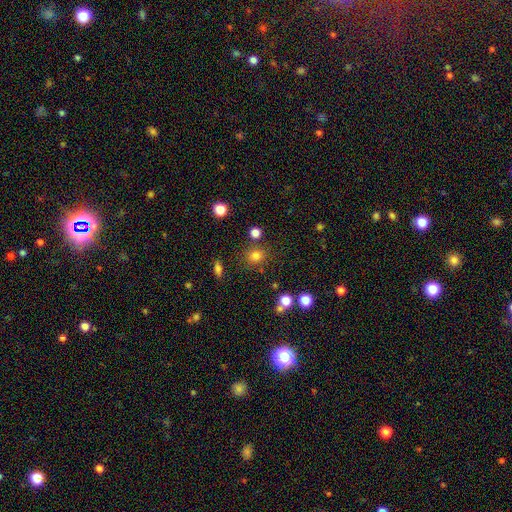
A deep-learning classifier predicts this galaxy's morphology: smooth_or_featured: smooth (p=0.79) [alt: star or artifact p=0.15]
how_rounded: round (p=0.81) [alt: in between p=0.18]
merging: none (p=0.80) [alt: minor disturbance p=0.10]